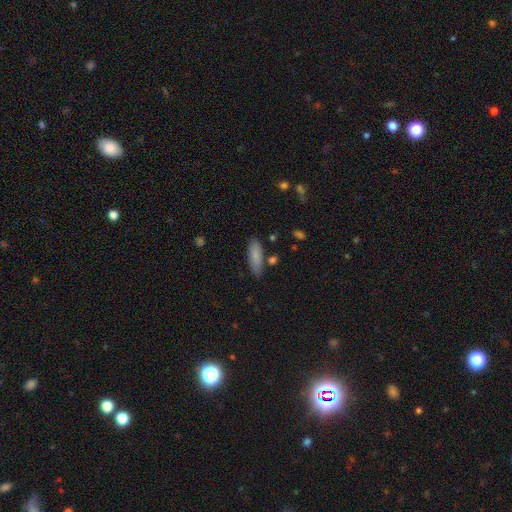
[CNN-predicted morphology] smooth-or-featured: smooth: 84% | featured or disk: 9% | star or artifact: 6%
  how-rounded: in between: 58% | cigar-shaped: 40% | round: 2%
  merging: none: 78% | minor disturbance: 15% | merger: 5% | major disturbance: 3%